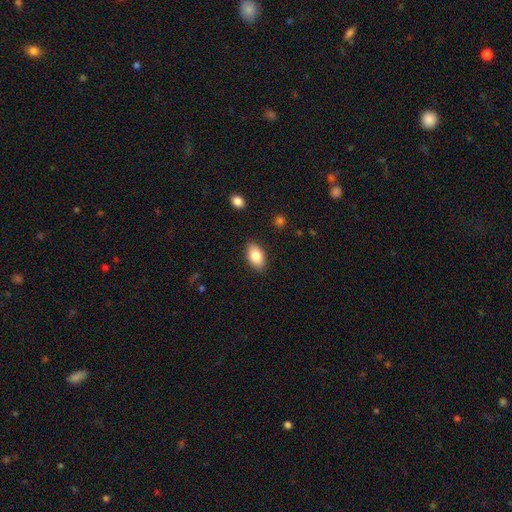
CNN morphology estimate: Smooth or featured: smooth — 83% (featured or disk — 10%)
How rounded: in between — 92% (round — 6%)
Merging: none — 87% (minor disturbance — 10%)